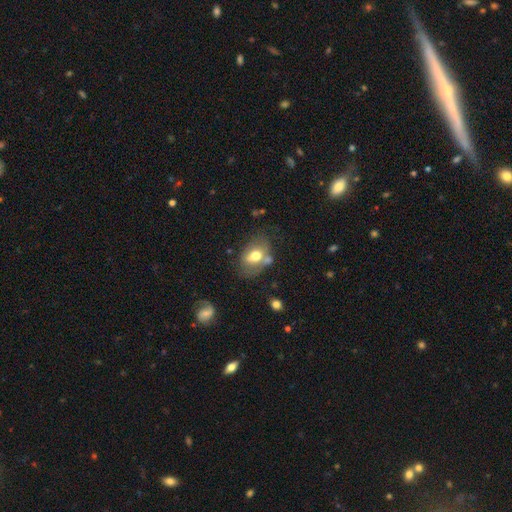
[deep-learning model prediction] smooth-or-featured: smooth: 61% | featured or disk: 30% | star or artifact: 8%
  how-rounded: in between: 77% | round: 22% | cigar-shaped: 1%
  merging: none: 49% | minor disturbance: 22% | merger: 18% | major disturbance: 11%